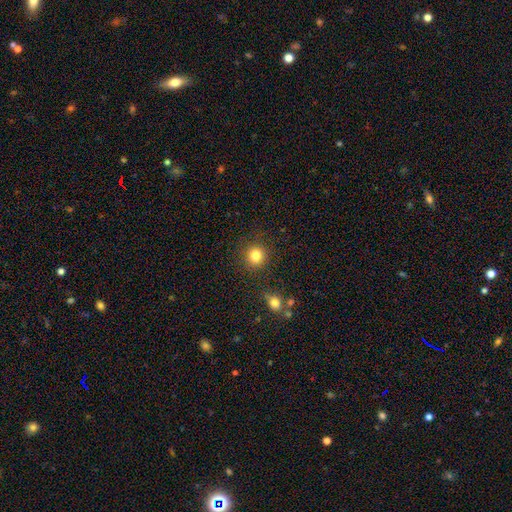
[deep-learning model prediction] smooth-or-featured: smooth: 83% | star or artifact: 11% | featured or disk: 6%
  how-rounded: round: 92% | in between: 7% | cigar-shaped: 1%
  merging: none: 88% | minor disturbance: 7% | major disturbance: 3% | merger: 3%